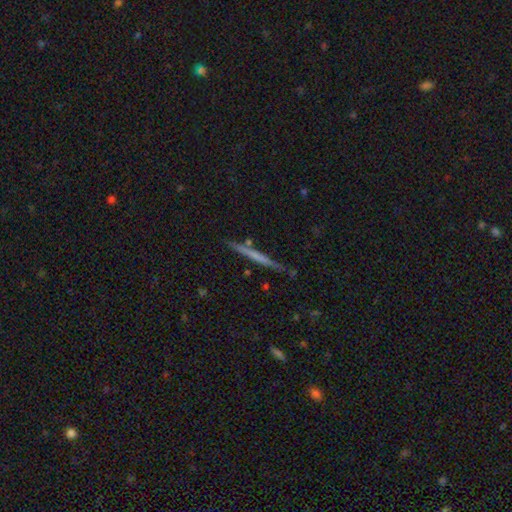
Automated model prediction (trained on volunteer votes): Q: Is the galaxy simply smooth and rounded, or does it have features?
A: featured or disk — 49%.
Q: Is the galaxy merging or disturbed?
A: none — 87%.